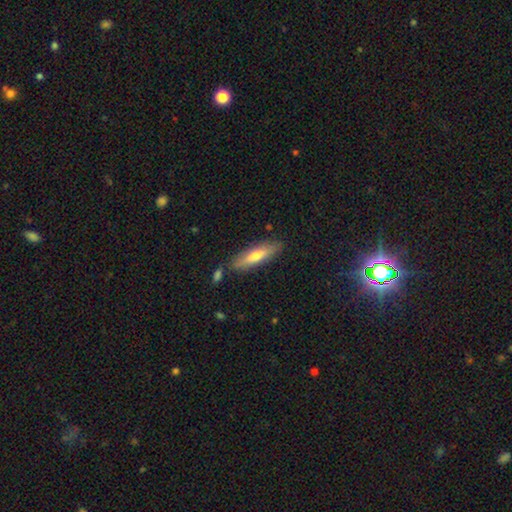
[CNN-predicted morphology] A smooth galaxy with no disk features (61%) that is cigar-shaped (70%).

Vote fractions:
- Smooth or featured? smooth: 61% / featured or disk: 33% / star or artifact: 6%
- How rounded? cigar-shaped: 70% / in between: 28% / round: 2%
- Merging? none: 81% / minor disturbance: 12% / merger: 4% / major disturbance: 3%